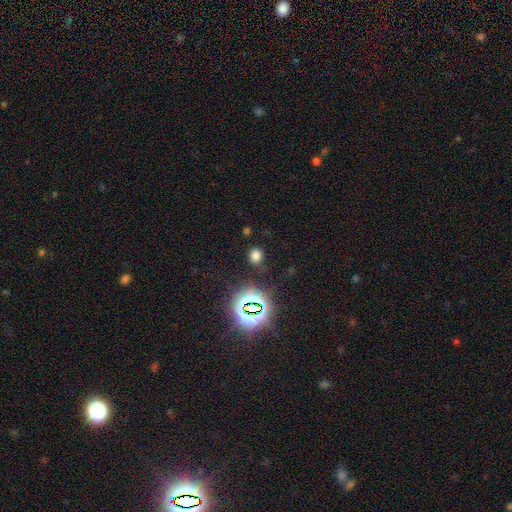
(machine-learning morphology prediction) type=smooth (68%); roundness=round (62%); merging=none (83%).